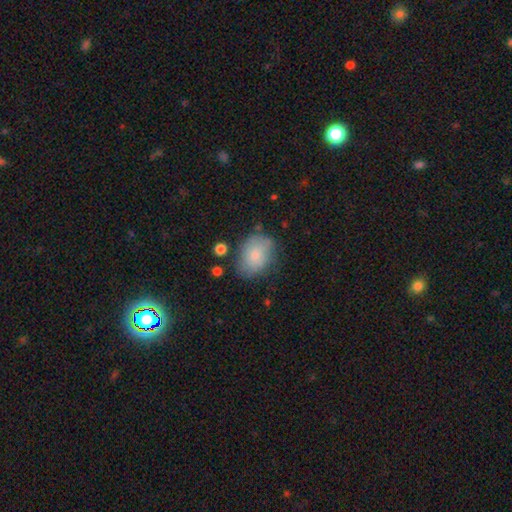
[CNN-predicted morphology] Smooth or featured? smooth (77%)
How rounded? in between (74%)
Merging? none (66%)